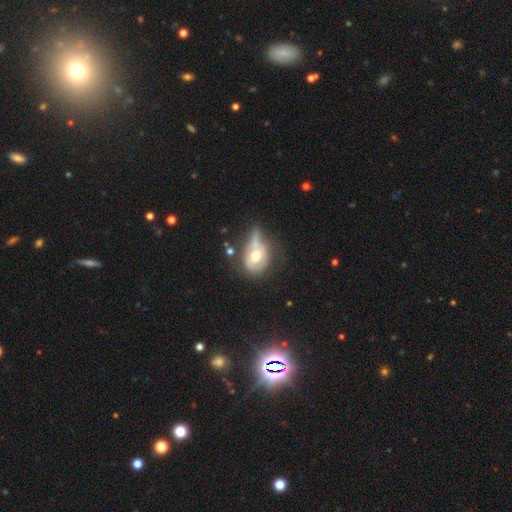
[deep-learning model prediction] featured or disk 46%, smooth 45%, star or artifact 9%. Down the decision tree: merging — none (30%).